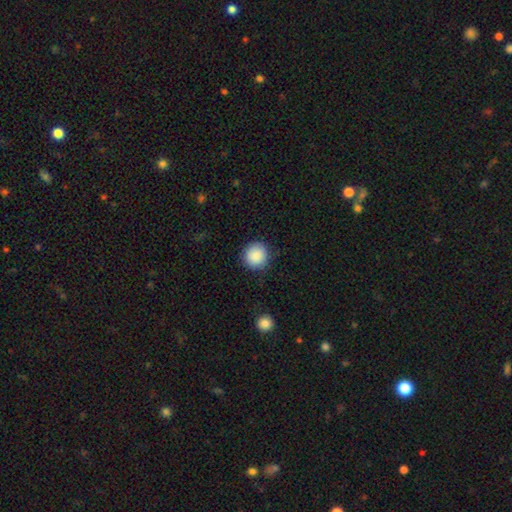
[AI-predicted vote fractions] smooth 89%, star or artifact 8%, featured or disk 3%. Down the decision tree: how rounded — round (94%); merging — none (89%).